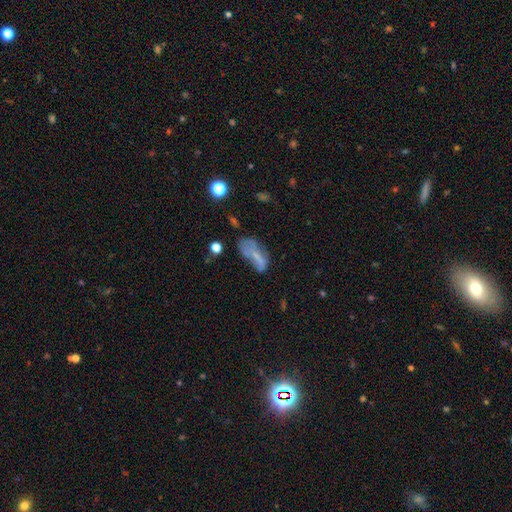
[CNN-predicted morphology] Smooth or featured: smooth — 49% (featured or disk — 37%)
Merging: none — 33% (major disturbance — 30%)